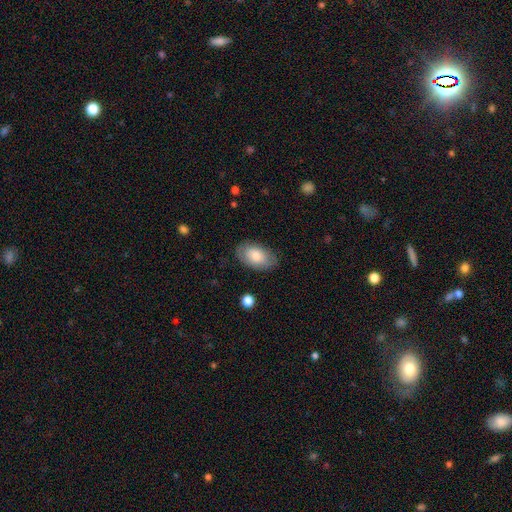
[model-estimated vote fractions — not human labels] Smooth or featured: smooth — 75% (featured or disk — 19%)
How rounded: in between — 93% (round — 6%)
Merging: none — 80% (minor disturbance — 15%)